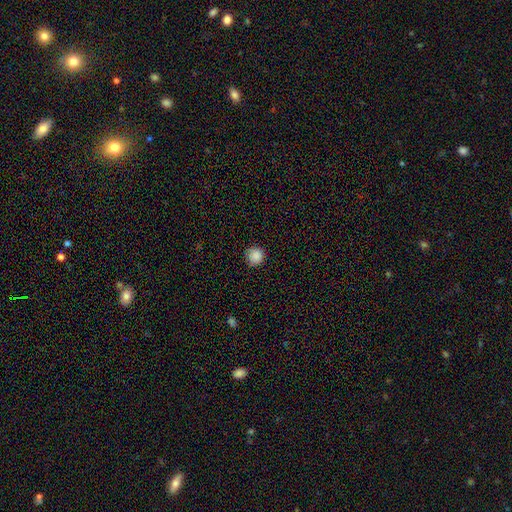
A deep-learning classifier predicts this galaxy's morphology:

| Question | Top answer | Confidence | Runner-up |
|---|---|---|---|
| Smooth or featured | smooth | 87% | star or artifact (10%) |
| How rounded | round | 95% | in between (4%) |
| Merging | none | 88% | minor disturbance (9%) |